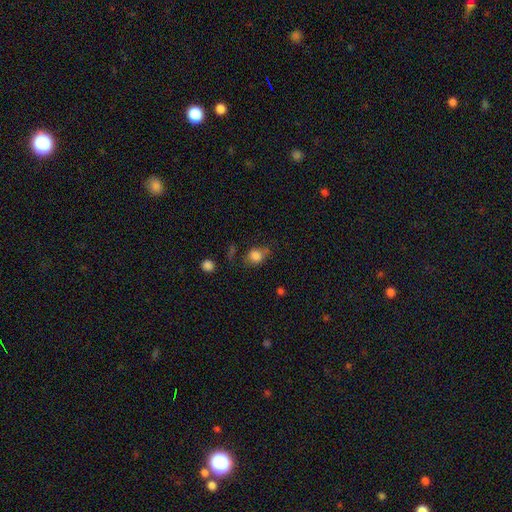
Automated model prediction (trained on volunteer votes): smooth 80%, star or artifact 11%, featured or disk 9%. Down the decision tree: how rounded — round (57%); merging — none (57%).